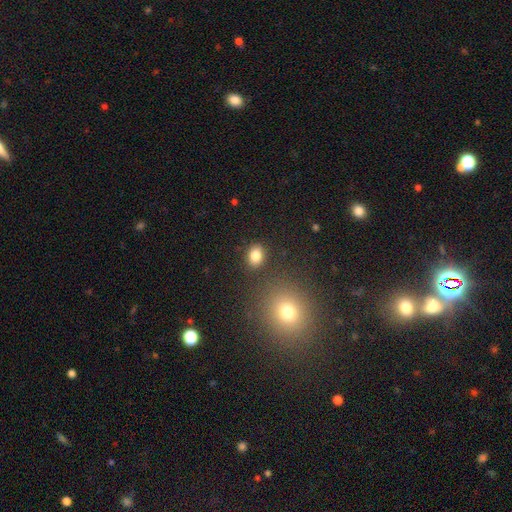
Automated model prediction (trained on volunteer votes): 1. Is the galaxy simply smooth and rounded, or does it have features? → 83% smooth, 11% star or artifact, 6% featured or disk.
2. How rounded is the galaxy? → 68% in between, 31% round, 1% cigar-shaped.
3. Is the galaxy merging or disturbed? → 84% none, 9% minor disturbance, 4% merger, 3% major disturbance.